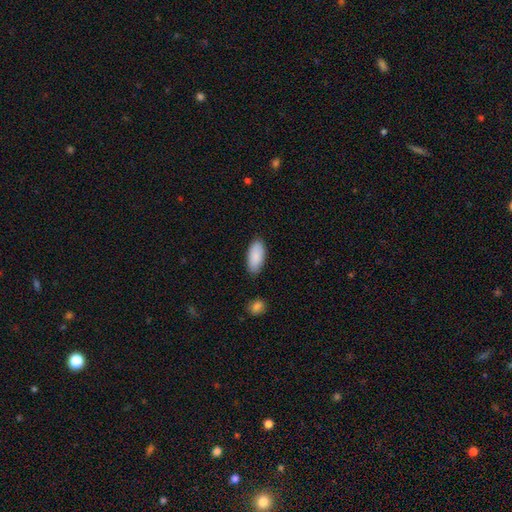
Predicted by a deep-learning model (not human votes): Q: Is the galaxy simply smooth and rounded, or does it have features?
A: smooth — 89%.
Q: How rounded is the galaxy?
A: in between — 90%.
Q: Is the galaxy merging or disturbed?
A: none — 85%.